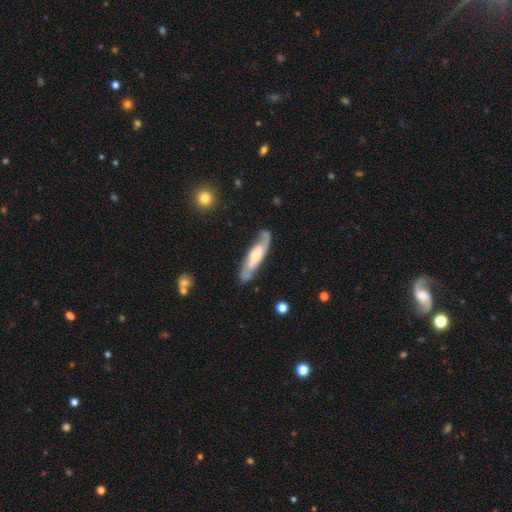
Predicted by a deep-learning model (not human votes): This is likely a featured or disk galaxy (67%). It is likely not viewed edge-on (71%). Merging: likely none (71%).